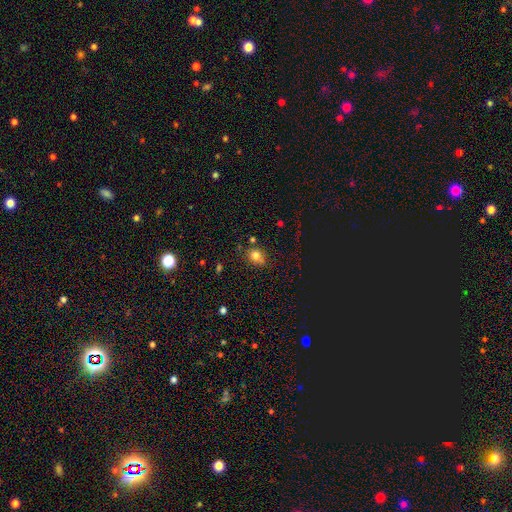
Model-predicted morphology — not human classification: type=smooth (75%); roundness=round (77%); merging=none (62%).